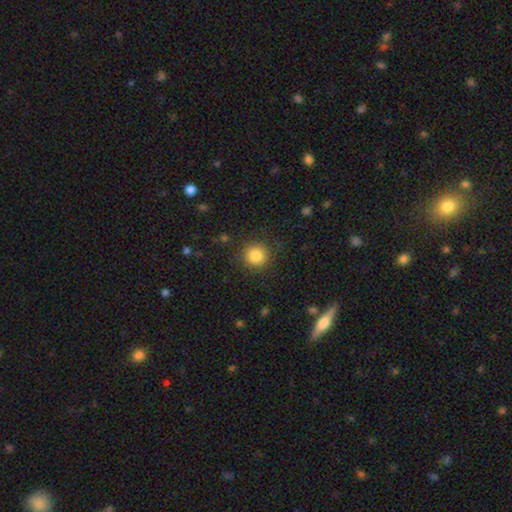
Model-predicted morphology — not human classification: Q: Smooth or featured?
A: smooth (84%); runner-up: star or artifact (11%)
Q: How rounded?
A: round (93%); runner-up: in between (6%)
Q: Merging?
A: none (89%); runner-up: minor disturbance (7%)